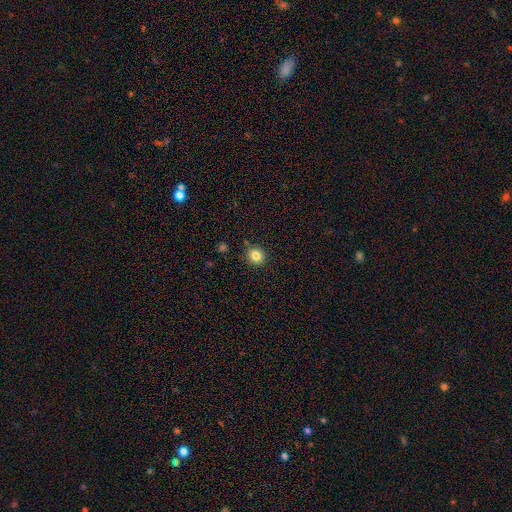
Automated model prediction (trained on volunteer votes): Morphology: type=smooth (83%); roundness=round (88%); merging=none (86%).